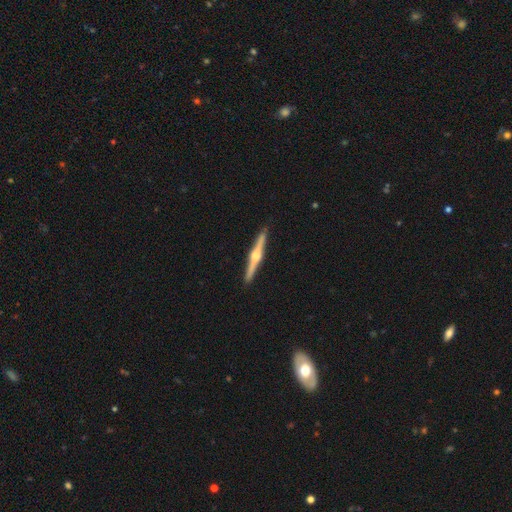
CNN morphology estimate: Smooth or featured: featured or disk — 82% (smooth — 13%)
Edge-on disk: yes — 99% (no — 1%)
Edge-on bulge: rounded — 94% (boxy — 4%)
Merging: none — 92% (minor disturbance — 5%)